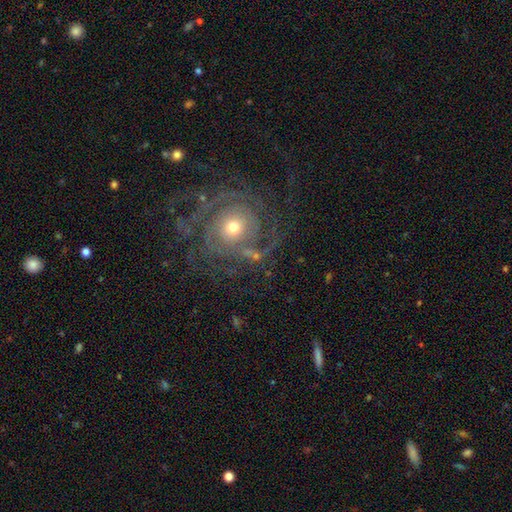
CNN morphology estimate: Smooth or featured: featured or disk — 80% (smooth — 11%)
Edge-on disk: no — 97% (yes — 3%)
Bar: no — 81% (weak — 14%)
Spiral arms: yes — 91% (no — 9%)
Spiral winding: tight — 57% (medium — 30%)
Spiral arm count: can't tell — 28% (2 — 25%)
Bulge size: moderate — 55% (small — 38%)
Merging: none — 66% (major disturbance — 17%)